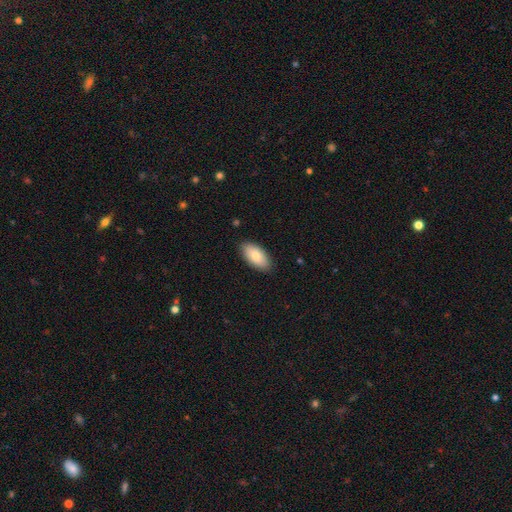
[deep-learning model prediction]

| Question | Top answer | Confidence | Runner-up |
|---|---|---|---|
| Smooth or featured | smooth | 81% | featured or disk (13%) |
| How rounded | in between | 94% | cigar-shaped (4%) |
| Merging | none | 87% | minor disturbance (10%) |